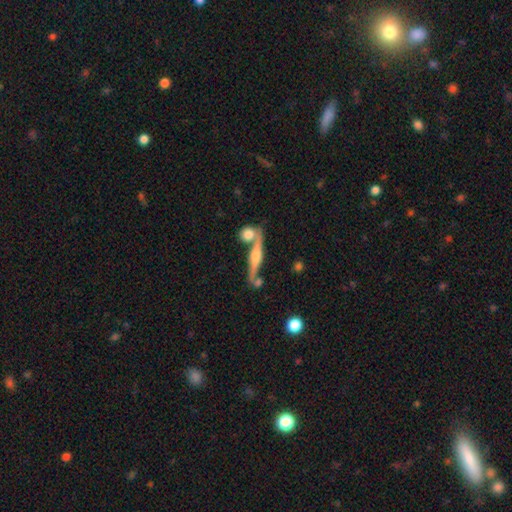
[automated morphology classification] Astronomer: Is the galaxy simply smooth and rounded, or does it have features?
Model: featured or disk — 76%.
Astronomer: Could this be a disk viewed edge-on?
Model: yes — 92%.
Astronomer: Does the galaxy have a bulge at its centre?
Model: rounded — 85%.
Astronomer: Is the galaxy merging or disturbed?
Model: none — 68%.